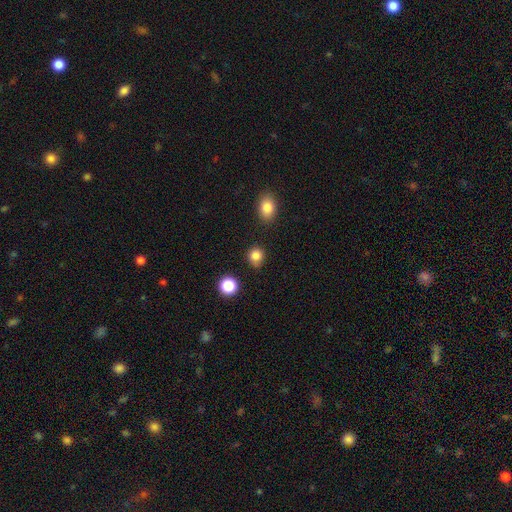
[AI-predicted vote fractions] A smooth galaxy with no disk features (84%) that is round (83%). Merging: none (79%).